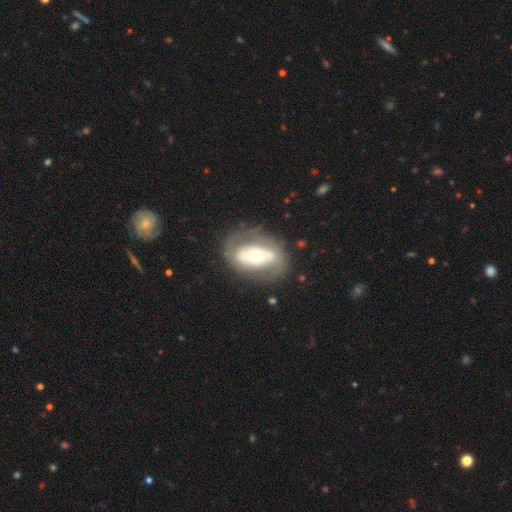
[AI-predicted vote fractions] Smooth or featured?
  - featured or disk: 65% *
  - smooth: 30%
  - star or artifact: 6%
Edge-on disk?
  - no: 94% *
  - yes: 6%
Bar?
  - no: 60% *
  - weak: 20%
  - strong: 20%
Spiral arms?
  - no: 56% *
  - yes: 44%
Bulge size?
  - moderate: 65% *
  - small: 18%
  - large: 13%
  - dominant: 2%
  - none: 1%
Merging?
  - none: 72% *
  - minor disturbance: 16%
  - major disturbance: 10%
  - merger: 2%